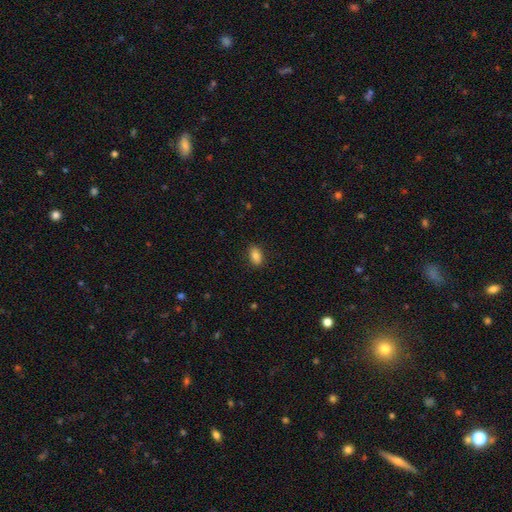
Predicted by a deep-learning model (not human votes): This appears to be a smooth galaxy with no disk features (85%) that is in between round and cigar-shaped (90%). Merging: none (87%).